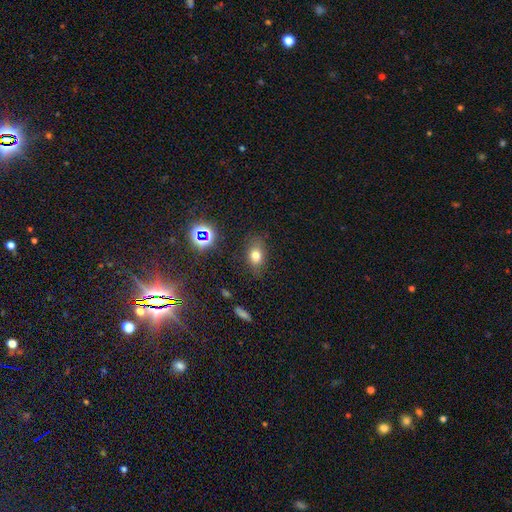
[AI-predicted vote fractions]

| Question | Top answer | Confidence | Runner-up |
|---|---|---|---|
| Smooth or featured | smooth | 71% | star or artifact (17%) |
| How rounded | in between | 70% | round (27%) |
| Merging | none | 79% | minor disturbance (15%) |